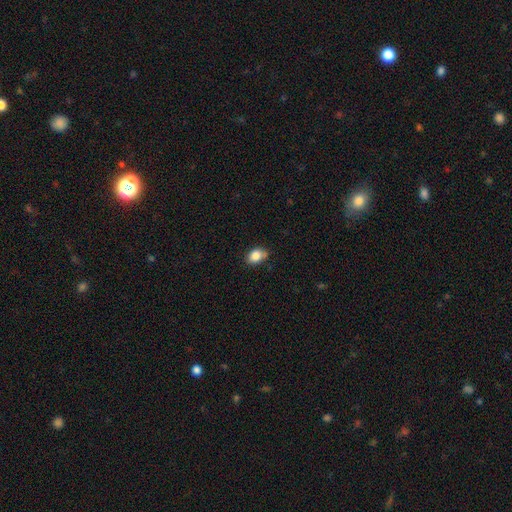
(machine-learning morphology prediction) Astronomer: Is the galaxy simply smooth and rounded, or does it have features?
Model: smooth — 85%.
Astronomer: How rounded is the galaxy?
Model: in between — 75%.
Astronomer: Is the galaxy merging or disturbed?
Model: none — 67%.